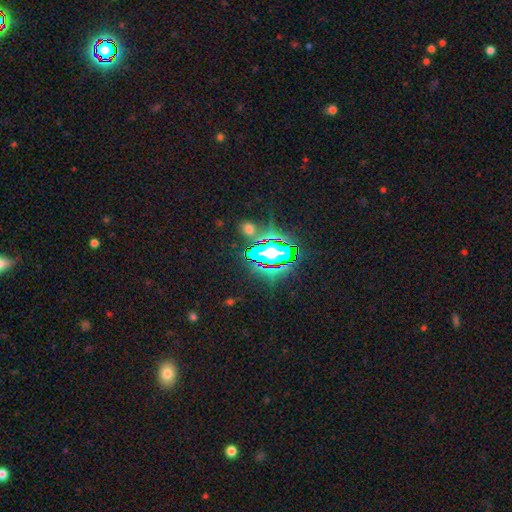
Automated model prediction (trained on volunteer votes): This is likely a star or artifact rather than a galaxy (72%).